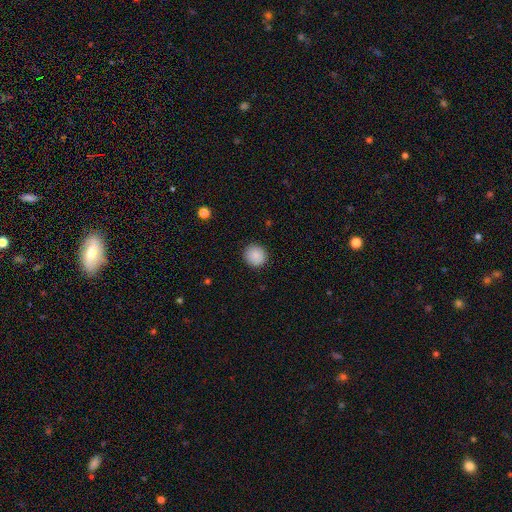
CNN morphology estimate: The model was most divided on "smooth or featured": smooth: 88%, star or artifact: 8%, featured or disk: 4%. More confident: how rounded — round (92%); merging — none (91%).